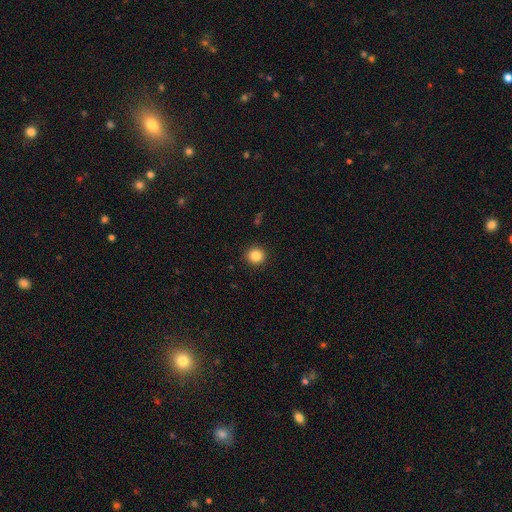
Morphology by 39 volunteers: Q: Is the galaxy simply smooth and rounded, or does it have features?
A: smooth — 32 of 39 (82%).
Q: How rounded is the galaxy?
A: round — 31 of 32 (97%).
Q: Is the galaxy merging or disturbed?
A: none — 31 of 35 (89%).